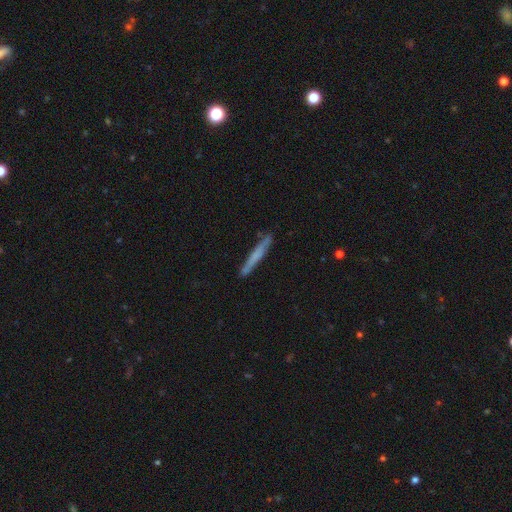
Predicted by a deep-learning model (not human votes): A smooth galaxy with no disk features (53%) that is cigar-shaped (96%).

Vote fractions:
- Smooth or featured? smooth: 53% / featured or disk: 41% / star or artifact: 7%
- How rounded? cigar-shaped: 96% / in between: 2% / round: 1%
- Merging? none: 85% / minor disturbance: 11% / major disturbance: 2% / merger: 2%